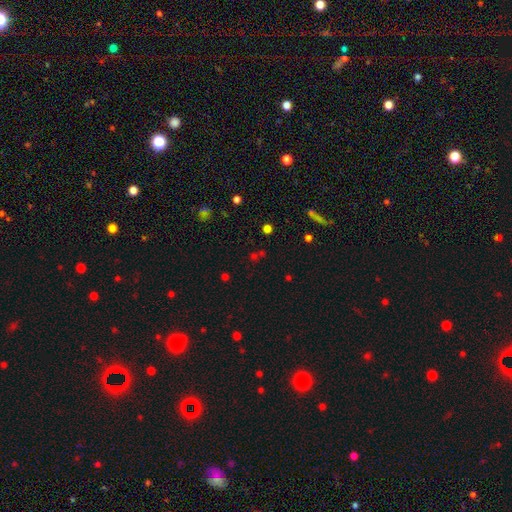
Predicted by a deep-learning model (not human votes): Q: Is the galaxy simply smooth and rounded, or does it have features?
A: star or artifact — 49%.